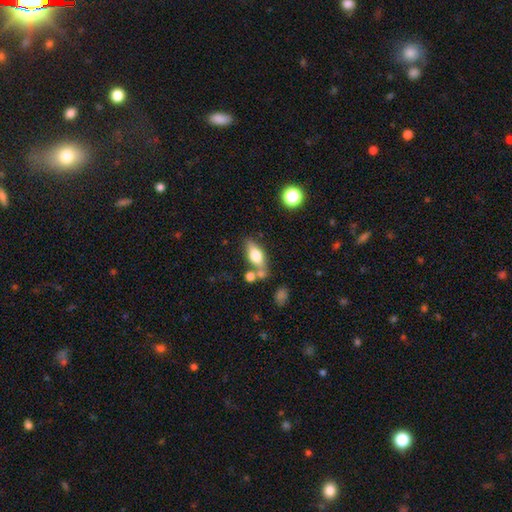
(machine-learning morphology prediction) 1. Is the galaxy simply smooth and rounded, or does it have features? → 61% smooth, 31% featured or disk, 8% star or artifact.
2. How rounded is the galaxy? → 72% in between, 22% cigar-shaped, 6% round.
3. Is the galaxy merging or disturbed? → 60% none, 19% merger, 16% minor disturbance, 6% major disturbance.